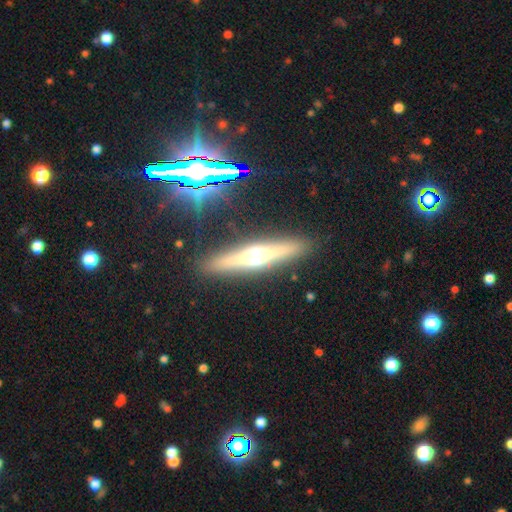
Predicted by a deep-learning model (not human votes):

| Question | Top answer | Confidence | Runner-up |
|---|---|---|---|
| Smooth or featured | featured or disk | 61% | smooth (28%) |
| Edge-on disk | yes | 94% | no (6%) |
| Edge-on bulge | rounded | 93% | boxy (4%) |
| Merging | none | 89% | minor disturbance (7%) |